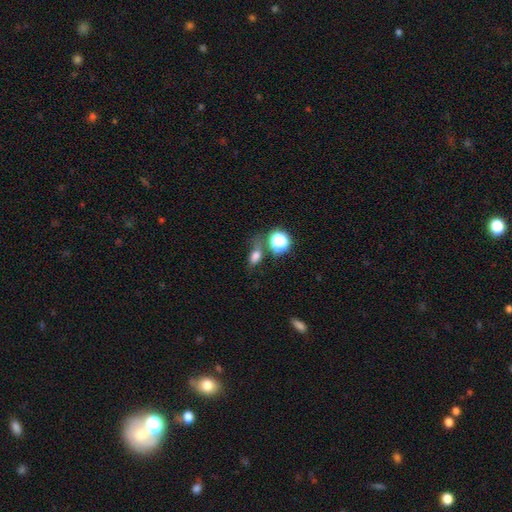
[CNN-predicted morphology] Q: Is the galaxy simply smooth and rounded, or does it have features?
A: smooth — 71%.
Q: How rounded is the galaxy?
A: in between — 69%.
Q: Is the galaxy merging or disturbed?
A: none — 53%.